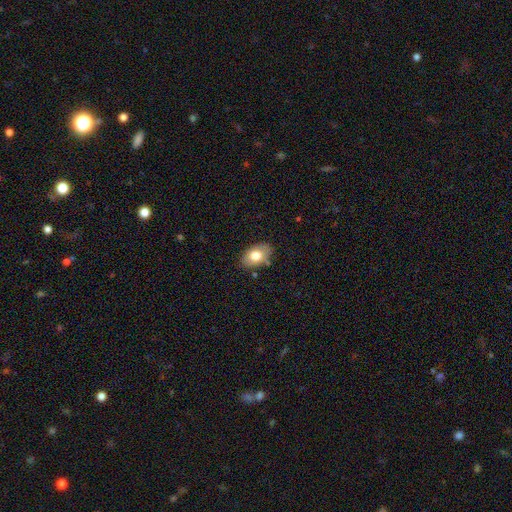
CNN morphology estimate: A smooth galaxy with no disk features (77%) that is in between round and cigar-shaped (87%).

Vote fractions:
- Smooth or featured? smooth: 77% / featured or disk: 15% / star or artifact: 7%
- How rounded? in between: 87% / round: 12% / cigar-shaped: 1%
- Merging? none: 79% / minor disturbance: 15% / major disturbance: 3% / merger: 2%